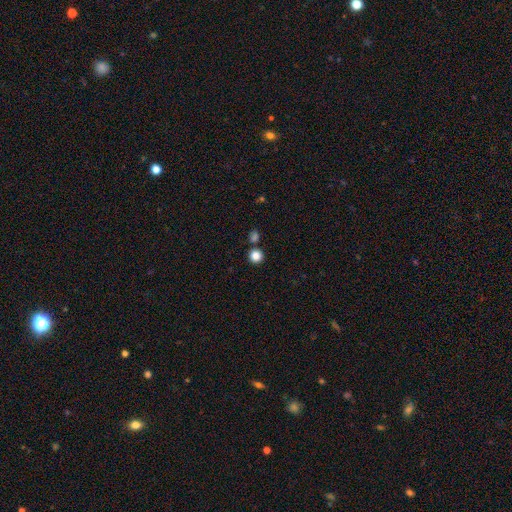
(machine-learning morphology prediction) smooth 84%, star or artifact 11%, featured or disk 4%. Down the decision tree: how rounded — round (93%); merging — none (81%).